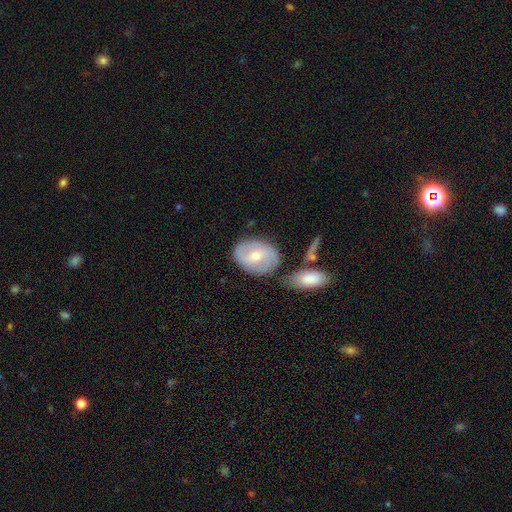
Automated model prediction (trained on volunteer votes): Smooth or featured?
  - featured or disk: 48% *
  - smooth: 46%
  - star or artifact: 6%
Merging?
  - none: 69% *
  - minor disturbance: 16%
  - merger: 11%
  - major disturbance: 4%